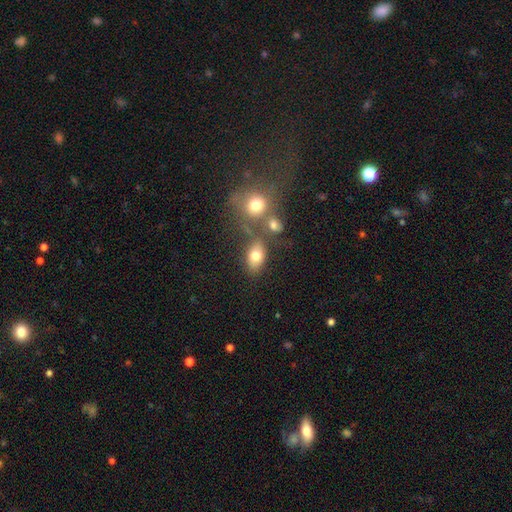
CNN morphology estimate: smooth-or-featured: smooth: 76% | featured or disk: 13% | star or artifact: 11%
  how-rounded: in between: 78% | round: 20% | cigar-shaped: 2%
  merging: none: 62% | merger: 18% | minor disturbance: 14% | major disturbance: 6%